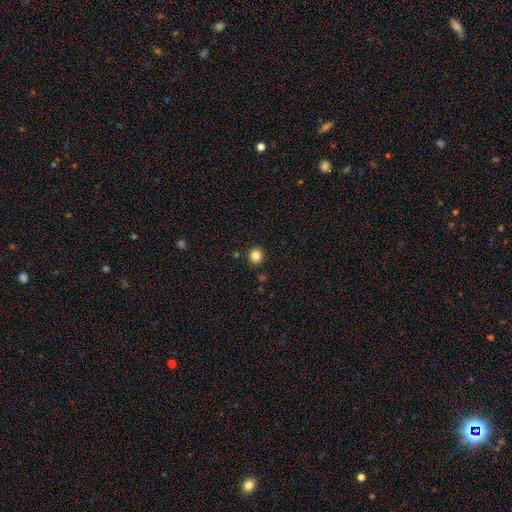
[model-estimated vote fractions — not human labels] smooth 83%, star or artifact 12%, featured or disk 5%. Down the decision tree: how rounded — round (92%); merging — none (91%).